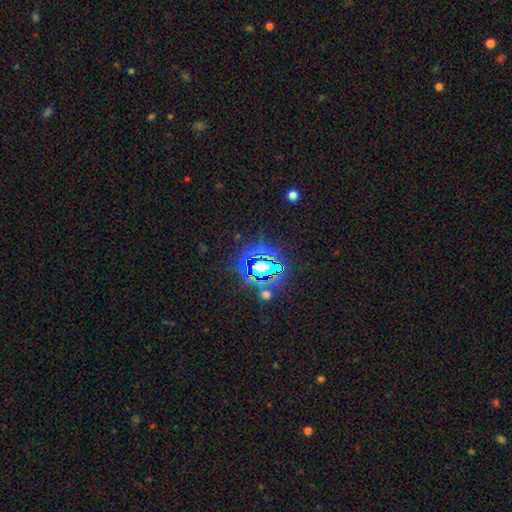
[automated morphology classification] Smooth or featured? star or artifact (80%)